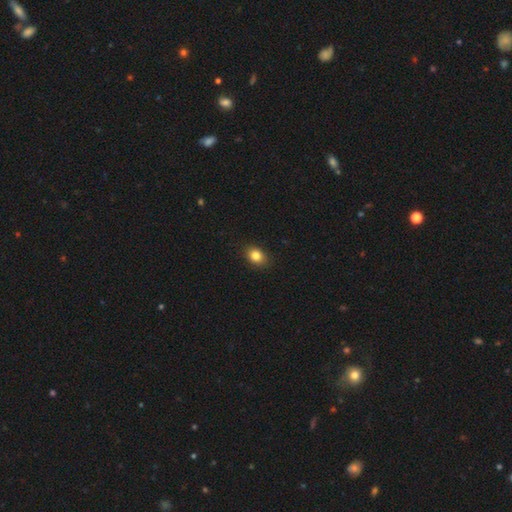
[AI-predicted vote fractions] Smooth or featured? smooth (83%)
How rounded? in between (57%)
Merging? none (88%)